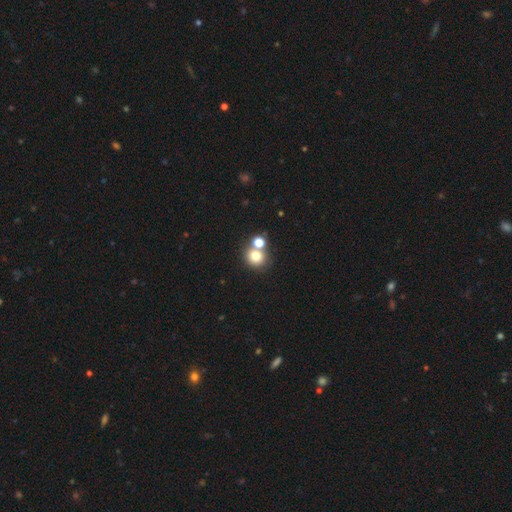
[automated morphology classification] smooth-or-featured: smooth: 76% | star or artifact: 14% | featured or disk: 10%
  how-rounded: round: 82% | in between: 17% | cigar-shaped: 1%
  merging: none: 51% | merger: 38% | minor disturbance: 7% | major disturbance: 3%